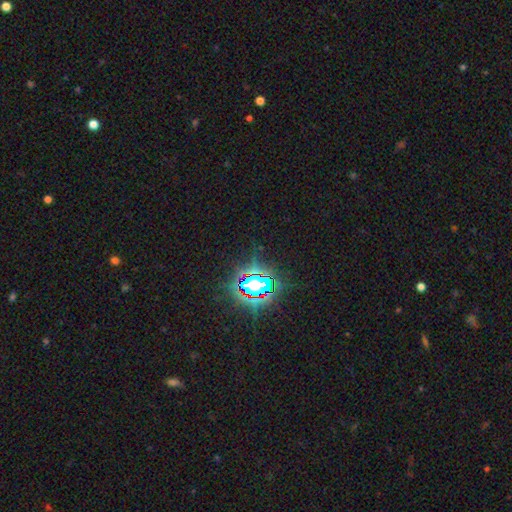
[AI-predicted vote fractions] This appears to be a star or artifact, not a galaxy (81%).